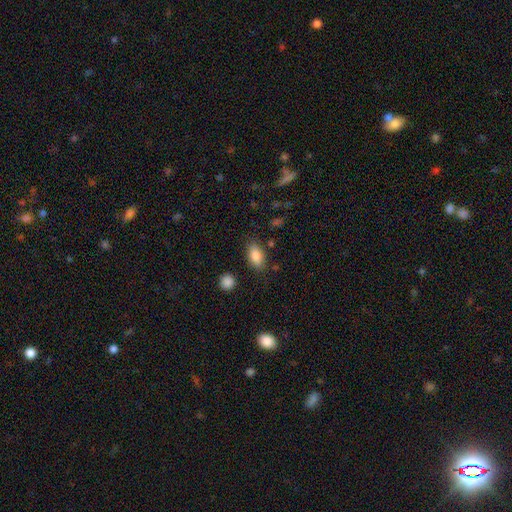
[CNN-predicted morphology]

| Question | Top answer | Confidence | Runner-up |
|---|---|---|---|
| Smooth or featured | smooth | 85% | star or artifact (8%) |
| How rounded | in between | 89% | round (6%) |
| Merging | none | 80% | minor disturbance (13%) |